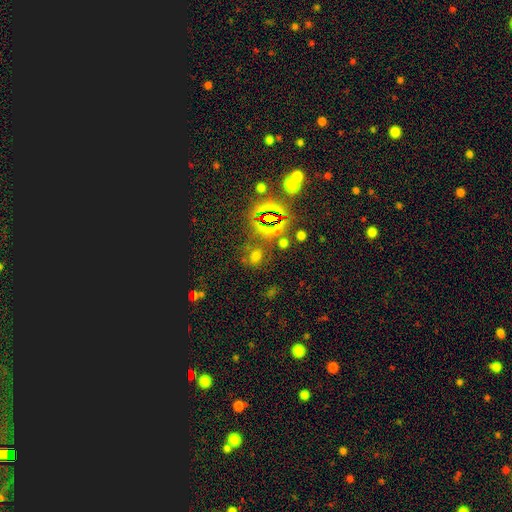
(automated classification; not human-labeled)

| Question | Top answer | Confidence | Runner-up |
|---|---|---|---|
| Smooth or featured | smooth | 46% | star or artifact (45%) |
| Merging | none | 69% | minor disturbance (14%) |